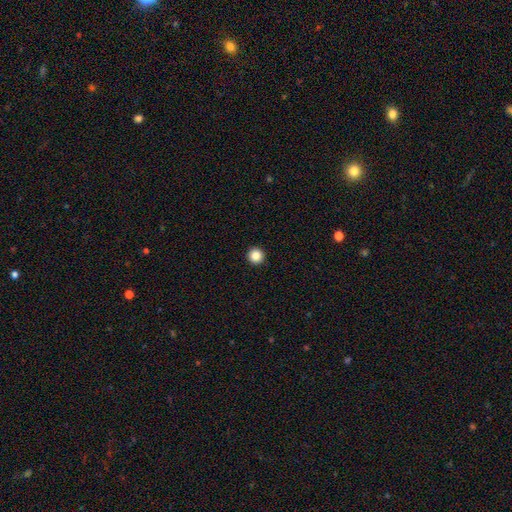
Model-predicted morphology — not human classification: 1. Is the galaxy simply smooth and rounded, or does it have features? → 86% smooth, 10% star or artifact, 4% featured or disk.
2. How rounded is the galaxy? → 96% round, 3% in between, 1% cigar-shaped.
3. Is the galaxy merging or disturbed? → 94% none, 3% minor disturbance, 1% major disturbance, 1% merger.